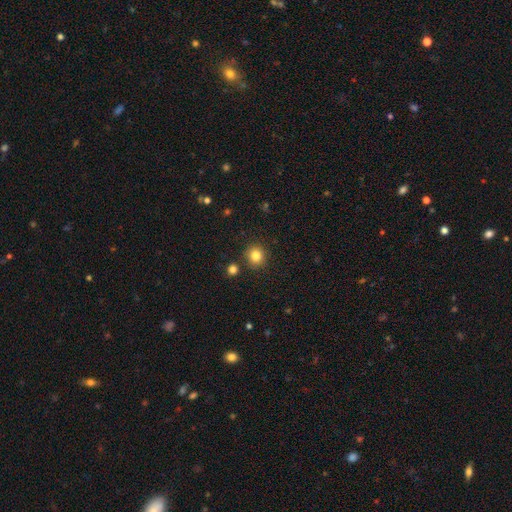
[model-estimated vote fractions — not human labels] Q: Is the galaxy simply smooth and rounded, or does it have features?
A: smooth — 82%.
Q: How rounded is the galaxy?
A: round — 91%.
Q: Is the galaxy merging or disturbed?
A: none — 87%.